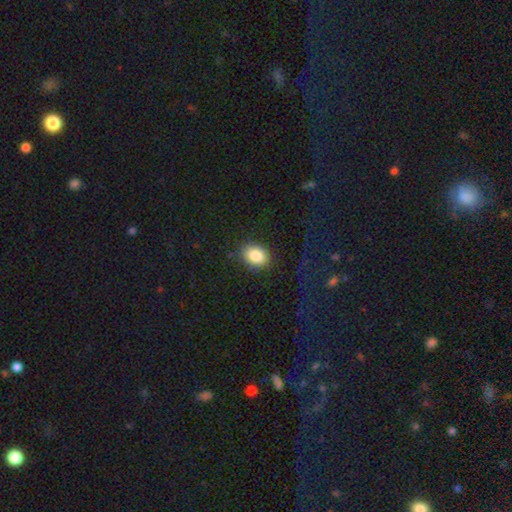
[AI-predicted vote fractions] smooth-or-featured: smooth: 86% | star or artifact: 9% | featured or disk: 6%
  how-rounded: in between: 63% | round: 36% | cigar-shaped: 1%
  merging: none: 83% | minor disturbance: 12% | major disturbance: 4% | merger: 1%